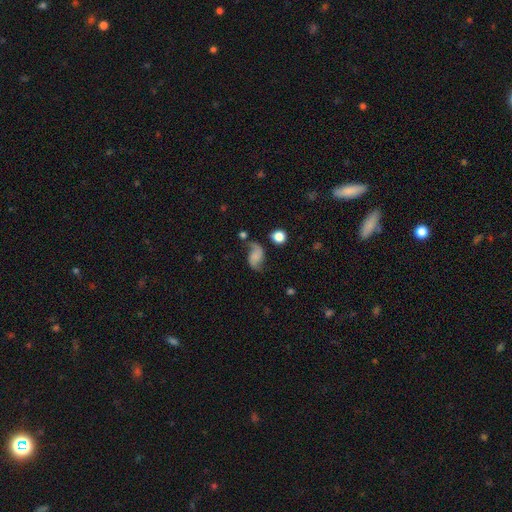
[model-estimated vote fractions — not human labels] The model was most divided on "smooth or featured": featured or disk: 56%, smooth: 33%, star or artifact: 11%. More confident: edge-on disk — no (97%); spiral arms — yes (91%); bar — no (65%); bulge size — none (58%); merging — none (54%).